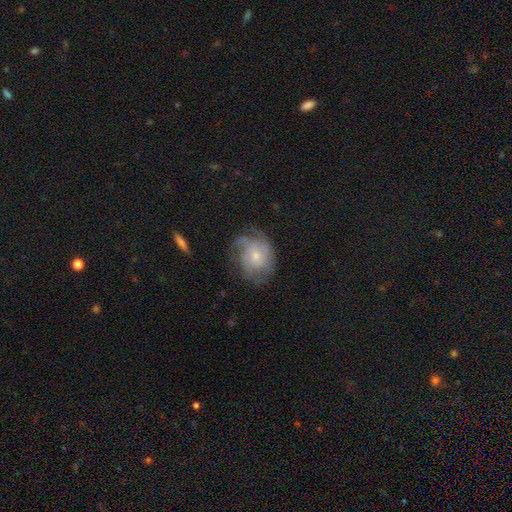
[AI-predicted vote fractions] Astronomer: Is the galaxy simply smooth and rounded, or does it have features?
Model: featured or disk — 53% (runner-up: smooth, 38%).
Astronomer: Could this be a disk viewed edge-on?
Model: no — 97%.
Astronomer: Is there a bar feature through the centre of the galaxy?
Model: no — 80%.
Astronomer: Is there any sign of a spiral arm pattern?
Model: yes — 69%.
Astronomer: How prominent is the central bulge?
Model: small — 57% (runner-up: moderate, 37%).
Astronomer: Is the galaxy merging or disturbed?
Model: none — 48% (runner-up: minor disturbance, 29%).